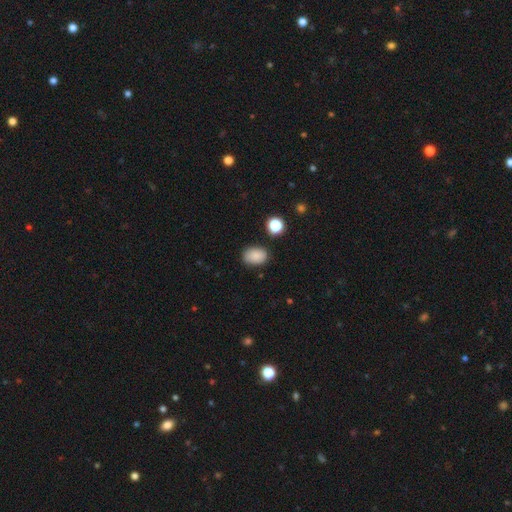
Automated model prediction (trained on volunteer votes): A smooth galaxy with no disk features (85%) that is in between round and cigar-shaped (80%).

Vote fractions:
- Smooth or featured? smooth: 85% / star or artifact: 10% / featured or disk: 5%
- How rounded? in between: 80% / round: 19% / cigar-shaped: 1%
- Merging? none: 80% / minor disturbance: 14% / major disturbance: 3% / merger: 3%